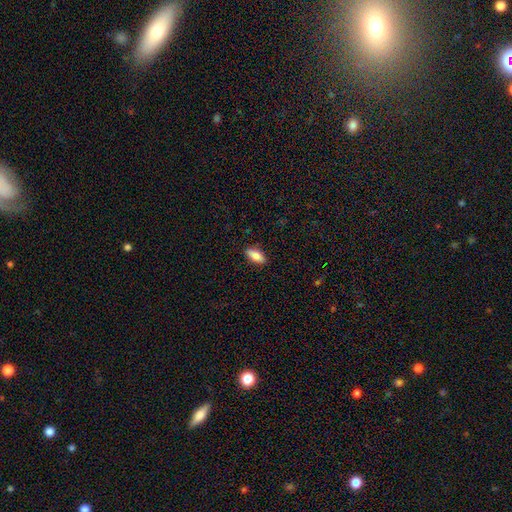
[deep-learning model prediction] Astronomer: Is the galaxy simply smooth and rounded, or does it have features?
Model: smooth — 82%.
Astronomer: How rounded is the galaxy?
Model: in between — 84%.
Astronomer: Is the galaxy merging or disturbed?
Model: none — 88%.